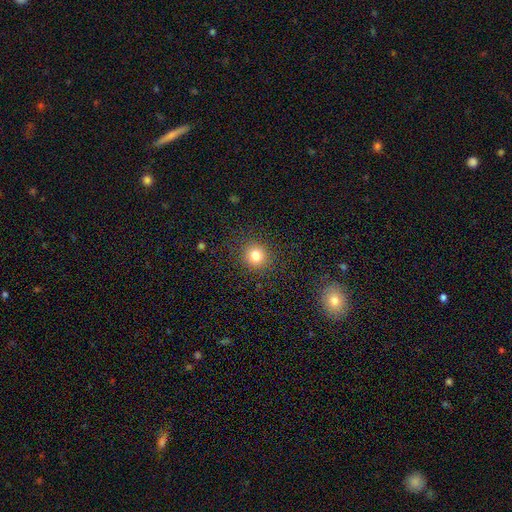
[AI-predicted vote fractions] smooth_or_featured: smooth (p=0.80) [alt: star or artifact p=0.13]
how_rounded: round (p=0.90) [alt: in between p=0.09]
merging: none (p=0.89) [alt: minor disturbance p=0.07]